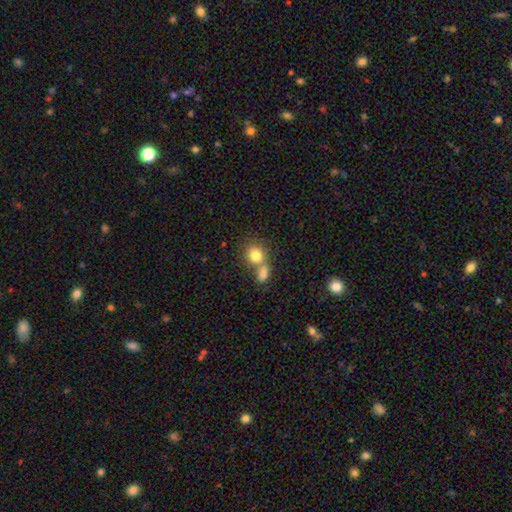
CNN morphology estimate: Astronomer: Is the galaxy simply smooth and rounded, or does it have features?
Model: smooth — 81%.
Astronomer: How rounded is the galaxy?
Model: round — 70%.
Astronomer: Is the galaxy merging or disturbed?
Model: merger — 50% (runner-up: none, 38%).